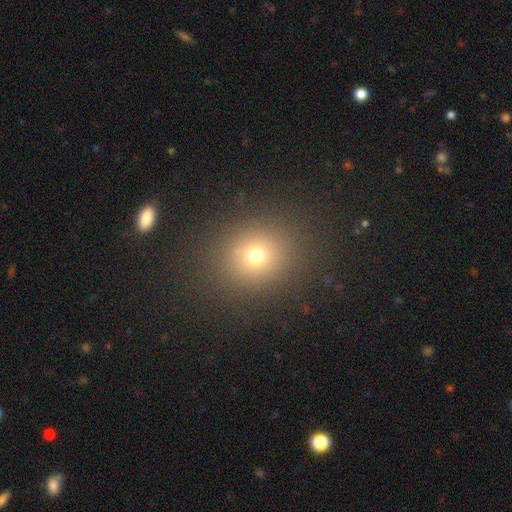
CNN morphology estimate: Smooth or featured?
  - smooth: 70% *
  - star or artifact: 20%
  - featured or disk: 10%
How rounded?
  - round: 78% *
  - in between: 21%
  - cigar-shaped: 1%
Merging?
  - none: 86% *
  - minor disturbance: 8%
  - major disturbance: 4%
  - merger: 2%